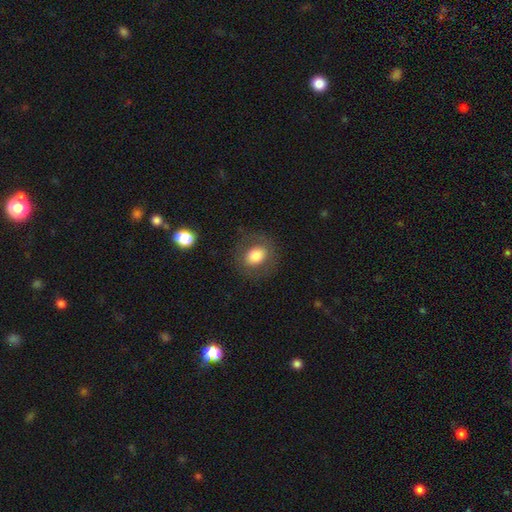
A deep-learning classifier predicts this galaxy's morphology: Smooth or featured: smooth — 75% (featured or disk — 16%)
How rounded: round — 56% (in between — 43%)
Merging: none — 80% (minor disturbance — 12%)